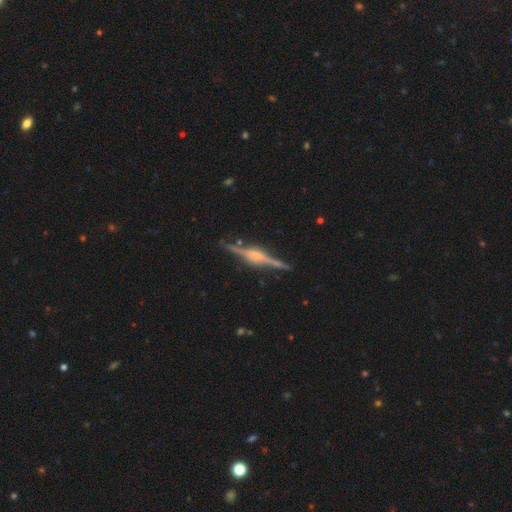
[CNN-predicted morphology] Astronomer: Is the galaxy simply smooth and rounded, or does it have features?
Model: featured or disk — 87%.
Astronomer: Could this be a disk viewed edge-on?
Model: yes — 98%.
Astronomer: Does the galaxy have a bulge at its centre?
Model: rounded — 76%.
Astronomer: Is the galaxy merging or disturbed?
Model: none — 87%.